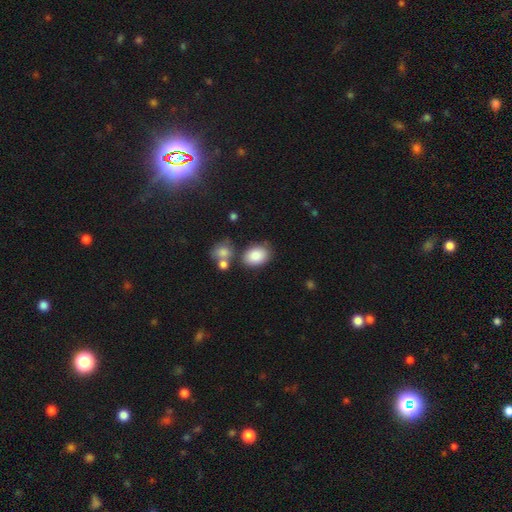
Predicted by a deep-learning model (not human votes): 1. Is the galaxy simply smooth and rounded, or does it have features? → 86% smooth, 8% star or artifact, 7% featured or disk.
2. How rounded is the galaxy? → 76% in between, 23% round, 1% cigar-shaped.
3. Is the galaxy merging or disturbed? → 71% none, 13% minor disturbance, 11% merger, 4% major disturbance.